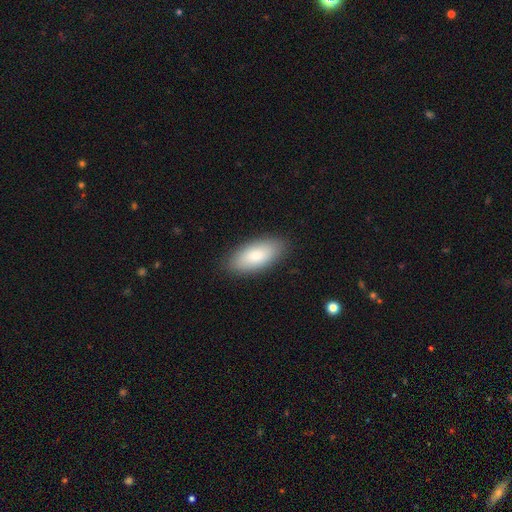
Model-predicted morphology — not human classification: type=smooth (83%); roundness=in between (90%); merging=none (88%).